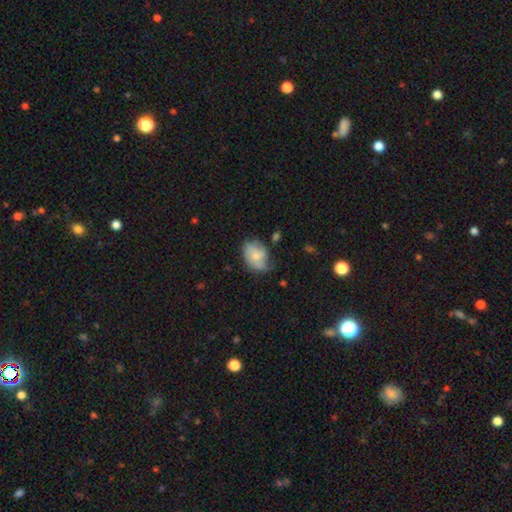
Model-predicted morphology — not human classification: smooth 51%, featured or disk 42%, star or artifact 8%. Down the decision tree: how rounded — in between (72%); merging — none (43%).